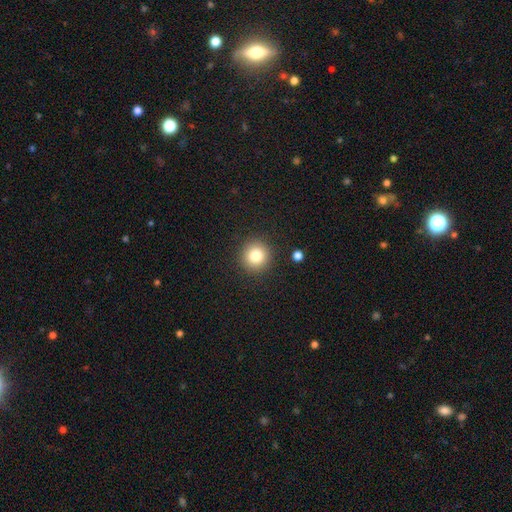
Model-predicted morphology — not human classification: This is clearly a smooth galaxy (82%). How rounded: clearly round (94%). Merging: clearly none (90%).